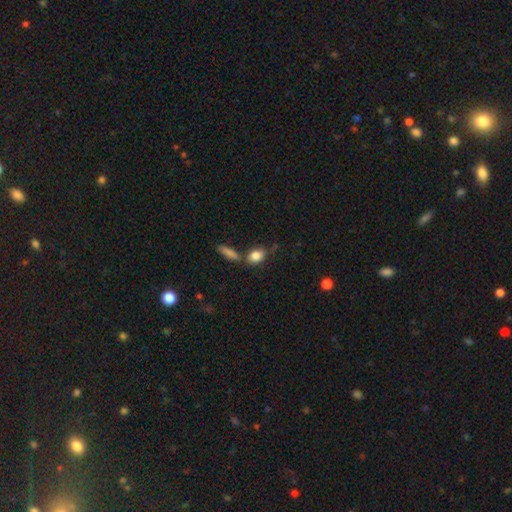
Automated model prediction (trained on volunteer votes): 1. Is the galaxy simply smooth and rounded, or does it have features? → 84% smooth, 8% featured or disk, 8% star or artifact.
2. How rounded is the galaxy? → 74% in between, 22% round, 5% cigar-shaped.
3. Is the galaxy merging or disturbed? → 60% none, 19% merger, 16% minor disturbance, 5% major disturbance.